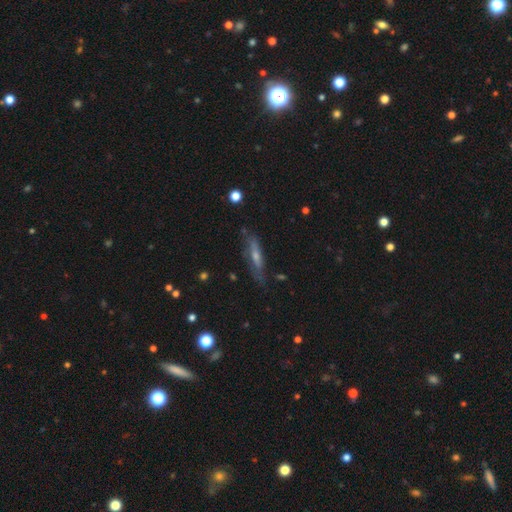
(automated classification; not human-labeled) Overall: featured or disk (61%; smooth 29%). Edge-on disk: yes (60%; no 40%). Merging: none (72%).